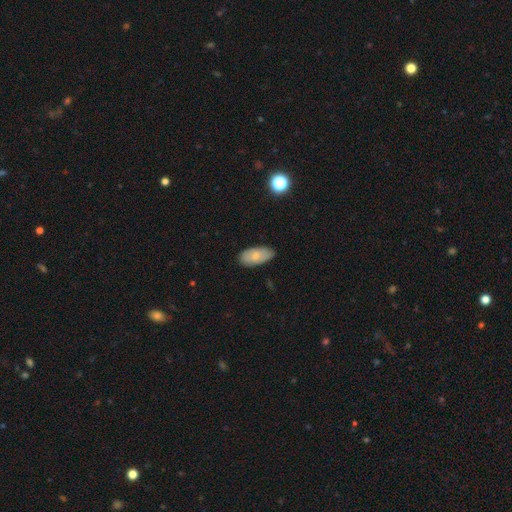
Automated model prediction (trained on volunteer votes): Overall: smooth (73%). How rounded: in between (92%). Merging: none (83%).